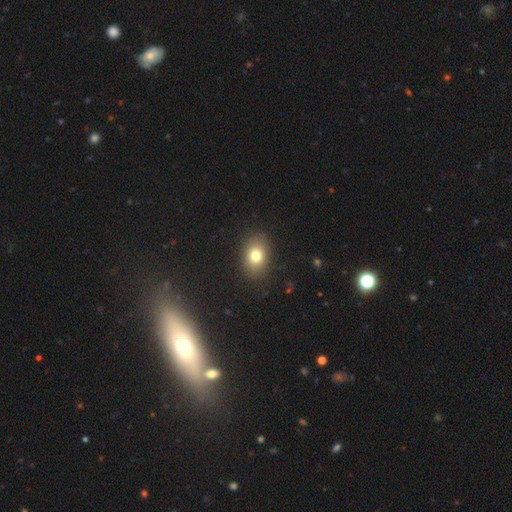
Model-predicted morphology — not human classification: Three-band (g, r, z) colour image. It shows a smooth galaxy with no disk features (78%) that is in between round and cigar-shaped (70%). Merging: none (87%).